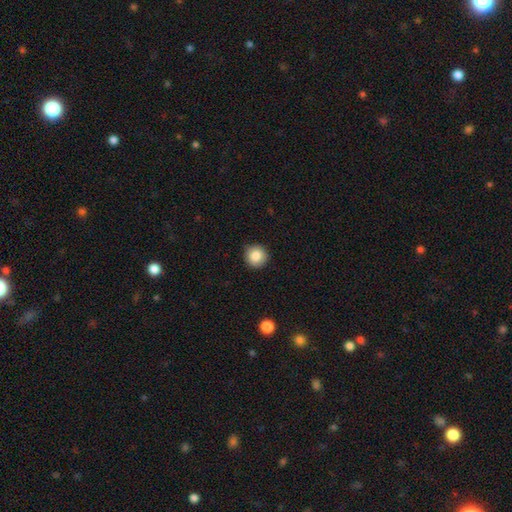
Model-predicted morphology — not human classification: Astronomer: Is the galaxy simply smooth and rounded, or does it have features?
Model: smooth — 85%.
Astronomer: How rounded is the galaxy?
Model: round — 94%.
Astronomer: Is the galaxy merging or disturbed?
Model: none — 88%.